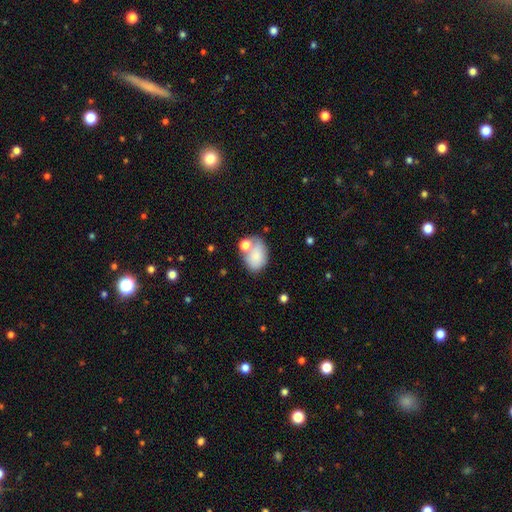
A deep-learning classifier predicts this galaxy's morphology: A smooth galaxy with no disk features (78%) that is in between round and cigar-shaped (75%). Merging: none (44%).